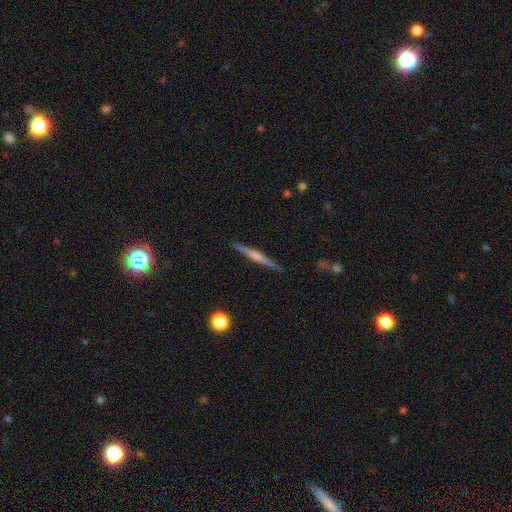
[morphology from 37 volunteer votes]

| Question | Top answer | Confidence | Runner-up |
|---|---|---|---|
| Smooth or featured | featured or disk | 86% | smooth (11%) |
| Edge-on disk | yes | 97% | no (3%) |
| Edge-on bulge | rounded | 65% | boxy (29%) |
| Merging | none | 89% | minor disturbance (8%) |